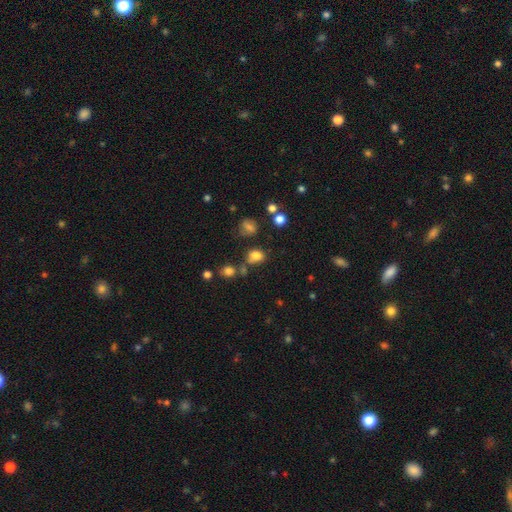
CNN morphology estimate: A smooth galaxy with no disk features (78%) that is in between round and cigar-shaped (57%). Merging: none (61%).